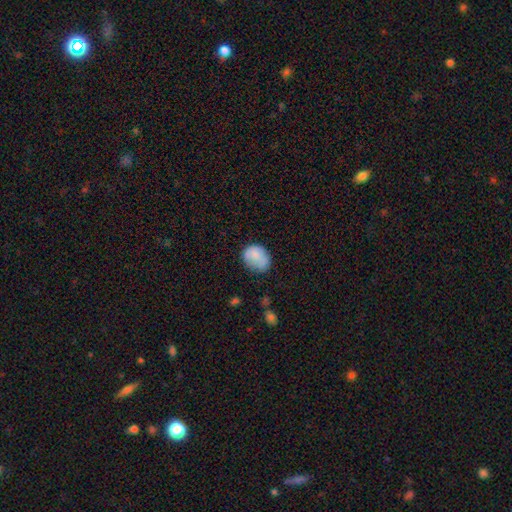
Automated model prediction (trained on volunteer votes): Overall: smooth (80%). How rounded: in between (50%; round 49%). Merging: none (59%; minor disturbance 29%).